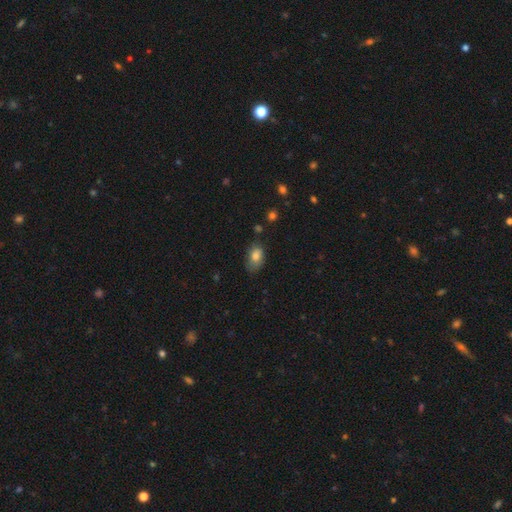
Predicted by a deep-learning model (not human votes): This is clearly a smooth galaxy (81%). How rounded: clearly in between (87%). Merging: possibly none (59%).